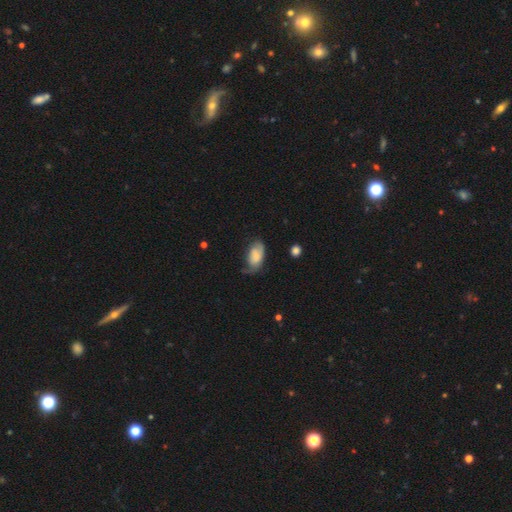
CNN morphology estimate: type=smooth (71%); roundness=in between (93%); merging=none (41%).